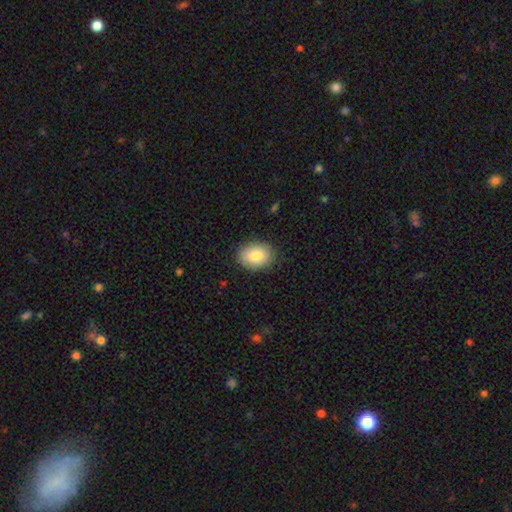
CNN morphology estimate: This appears to be a smooth galaxy with no disk features (82%) that is in between round and cigar-shaped (69%). Merging: none (86%).